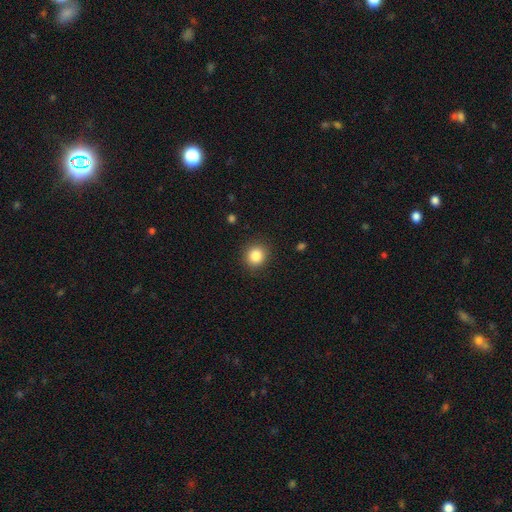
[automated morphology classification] smooth_or_featured: smooth (p=0.85) [alt: star or artifact p=0.10]
how_rounded: round (p=0.85) [alt: in between p=0.14]
merging: none (p=0.89) [alt: minor disturbance p=0.07]